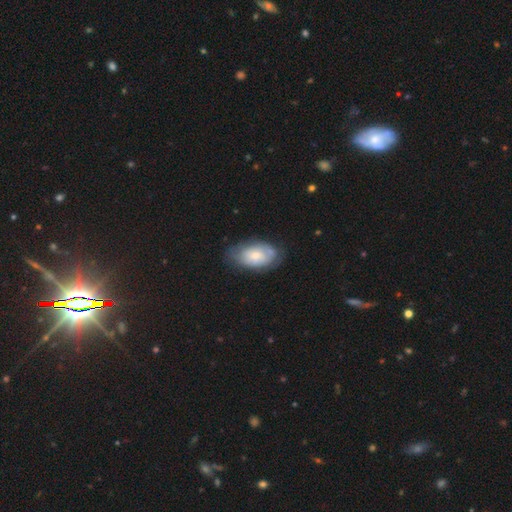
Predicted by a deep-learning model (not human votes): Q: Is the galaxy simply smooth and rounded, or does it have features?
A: smooth — 55%.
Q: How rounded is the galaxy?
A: in between — 92%.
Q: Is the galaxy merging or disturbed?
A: none — 61%.